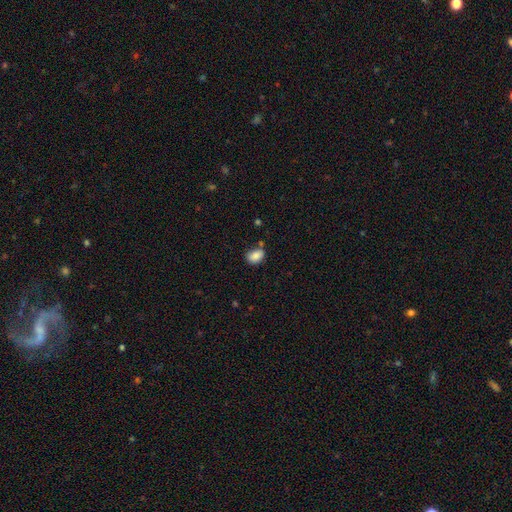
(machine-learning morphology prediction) Smooth or featured?
  - smooth: 85% *
  - star or artifact: 9%
  - featured or disk: 6%
How rounded?
  - in between: 75% *
  - round: 24%
  - cigar-shaped: 1%
Merging?
  - none: 63% *
  - minor disturbance: 22%
  - merger: 10%
  - major disturbance: 5%